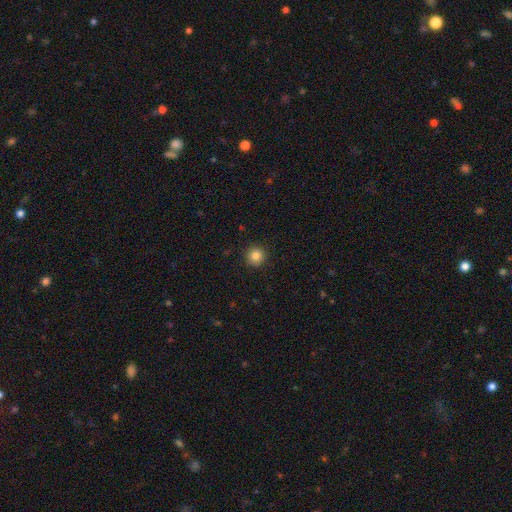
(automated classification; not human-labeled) The model was most divided on "smooth or featured": smooth: 85%, star or artifact: 11%, featured or disk: 4%. More confident: how rounded — round (95%); merging — none (92%).